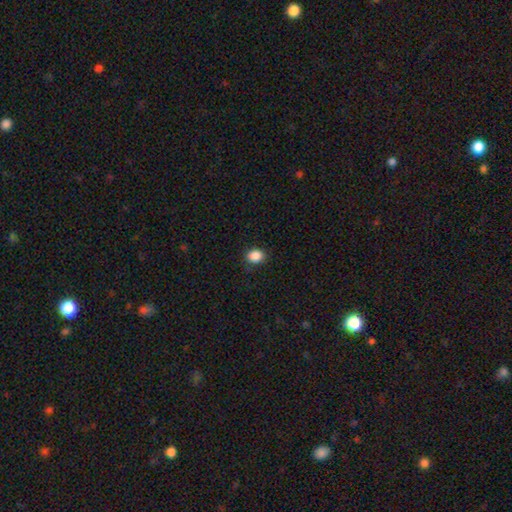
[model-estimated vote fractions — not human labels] Overall: smooth (88%). How rounded: round (55%; in between 44%). Merging: none (88%).